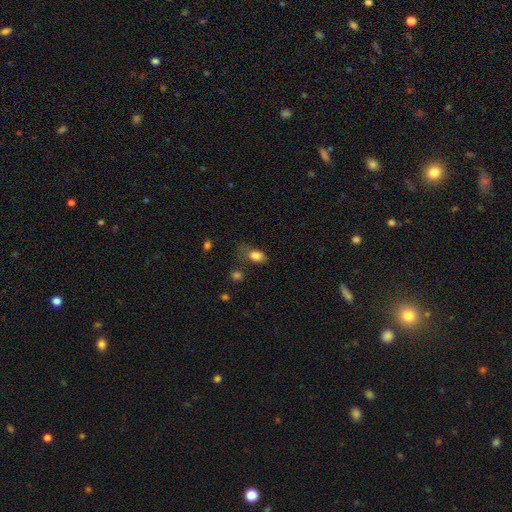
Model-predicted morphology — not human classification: Smooth or featured?
  - smooth: 82% *
  - star or artifact: 10%
  - featured or disk: 9%
How rounded?
  - in between: 81% *
  - round: 17%
  - cigar-shaped: 2%
Merging?
  - none: 44% *
  - minor disturbance: 30%
  - major disturbance: 20%
  - merger: 5%